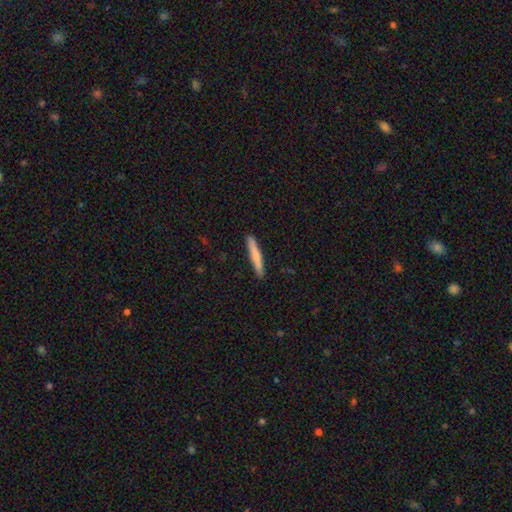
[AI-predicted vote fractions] Q: Smooth or featured?
A: smooth (68%); runner-up: featured or disk (27%)
Q: How rounded?
A: cigar-shaped (94%); runner-up: in between (4%)
Q: Merging?
A: none (90%); runner-up: minor disturbance (7%)